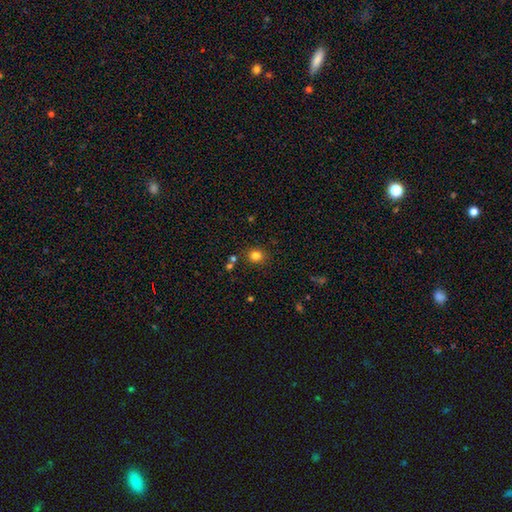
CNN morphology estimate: smooth-or-featured: smooth: 81% | star or artifact: 14% | featured or disk: 6%
  how-rounded: round: 82% | in between: 17% | cigar-shaped: 1%
  merging: none: 85% | minor disturbance: 9% | merger: 4% | major disturbance: 3%